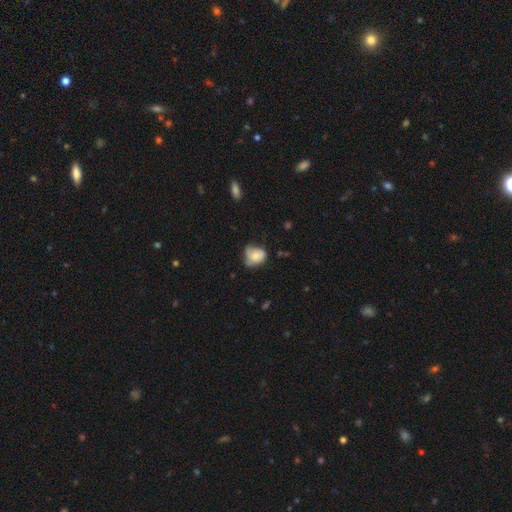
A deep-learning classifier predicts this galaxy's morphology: A smooth galaxy with no disk features (64%) that is round (50%). Merging: minor disturbance (40%).